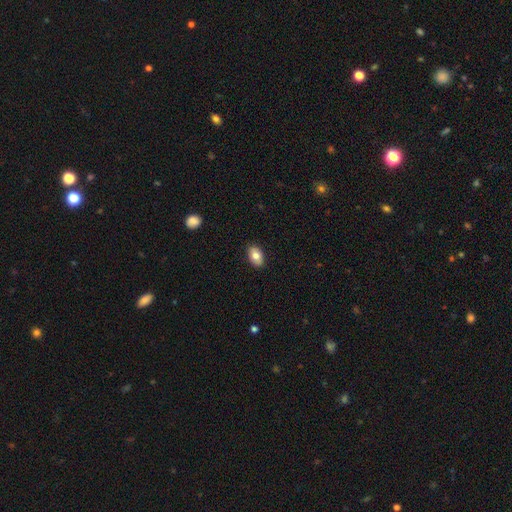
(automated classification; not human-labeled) Smooth or featured?
  - smooth: 80% *
  - featured or disk: 13%
  - star or artifact: 7%
How rounded?
  - in between: 90% *
  - round: 8%
  - cigar-shaped: 2%
Merging?
  - none: 88% *
  - minor disturbance: 9%
  - major disturbance: 2%
  - merger: 1%